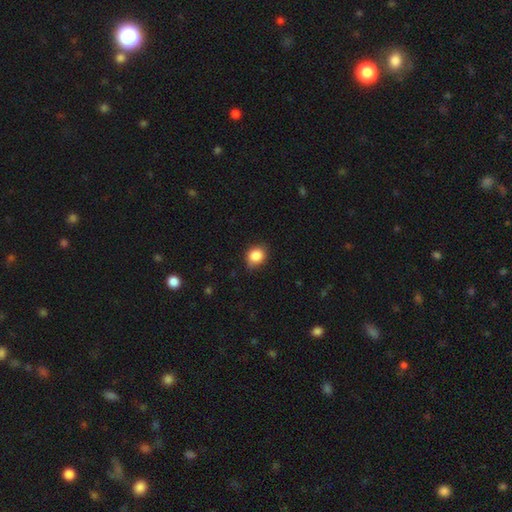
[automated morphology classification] This appears to be a smooth galaxy with no disk features (86%) that is round (63%). Merging: none (77%).